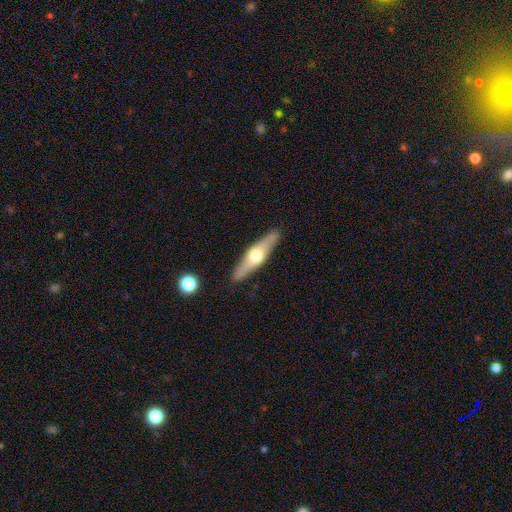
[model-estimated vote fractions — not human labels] Smooth or featured: featured or disk — 63% (smooth — 31%)
Edge-on disk: yes — 94% (no — 6%)
Edge-on bulge: rounded — 93% (boxy — 4%)
Merging: none — 89% (minor disturbance — 8%)